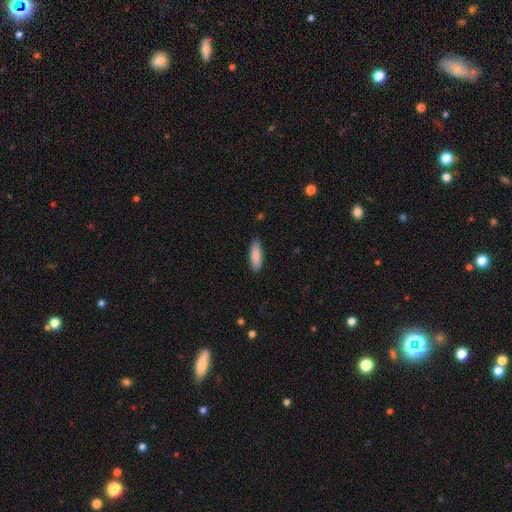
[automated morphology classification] smooth_or_featured: smooth (p=0.88) [alt: featured or disk p=0.07]
how_rounded: in between (p=0.55) [alt: cigar-shaped p=0.43]
merging: none (p=0.86) [alt: minor disturbance p=0.11]